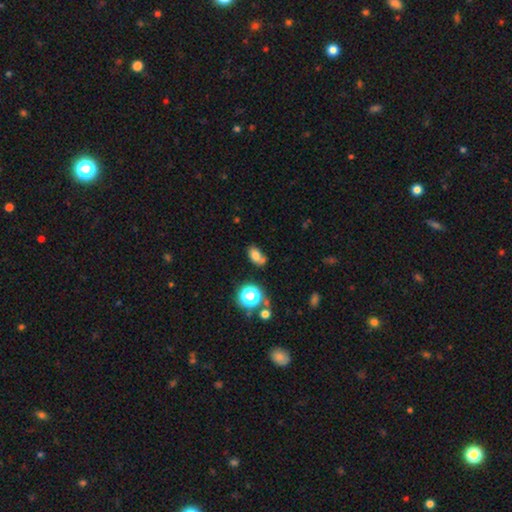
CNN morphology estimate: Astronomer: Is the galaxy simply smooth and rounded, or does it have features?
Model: smooth — 73%.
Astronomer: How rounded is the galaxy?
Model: in between — 81%.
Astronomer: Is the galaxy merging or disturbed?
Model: none — 49%.